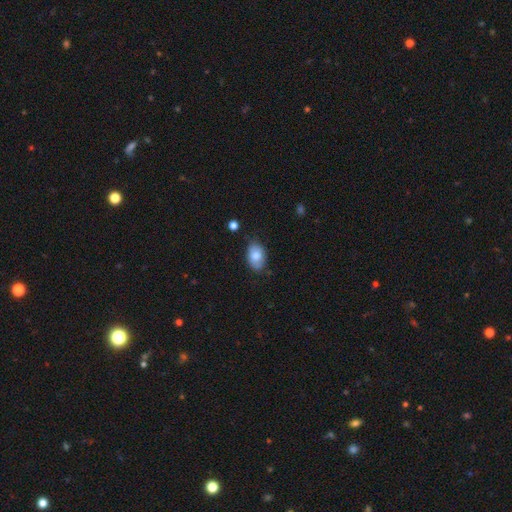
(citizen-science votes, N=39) Smooth or featured? smooth (74%)
How rounded? in between (83%)
Merging? none (72%)